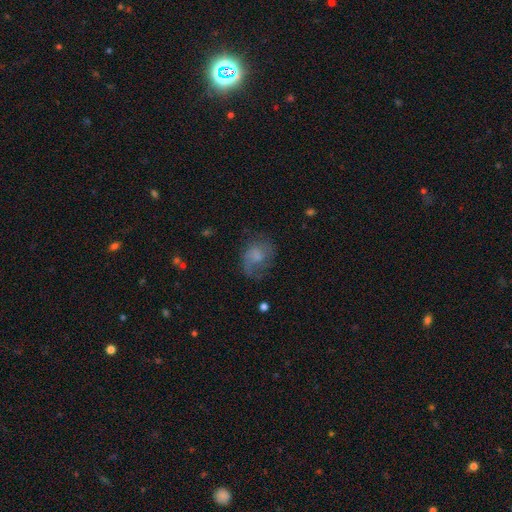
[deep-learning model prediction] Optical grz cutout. It shows a smooth galaxy with no disk features (52%) that is in between round and cigar-shaped (52%). Merging: none (52%).